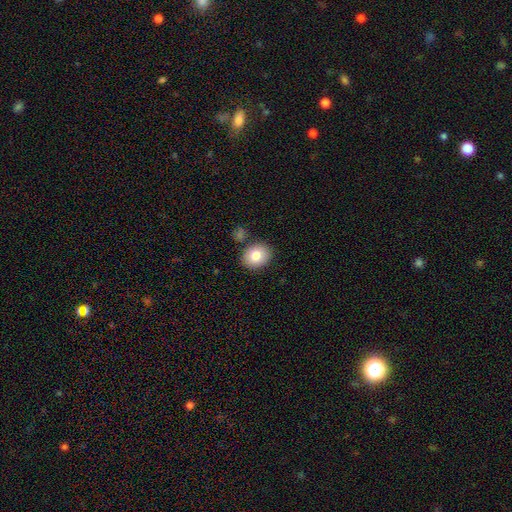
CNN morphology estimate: Smooth or featured: smooth — 83% (featured or disk — 9%)
How rounded: round — 51% (in between — 48%)
Merging: none — 83% (minor disturbance — 9%)